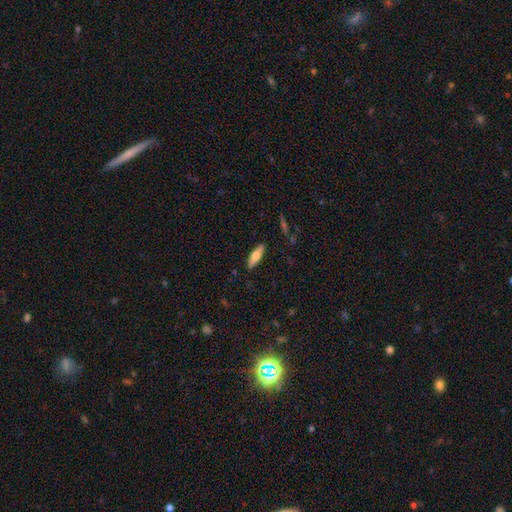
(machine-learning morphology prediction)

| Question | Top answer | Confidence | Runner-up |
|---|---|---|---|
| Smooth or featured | smooth | 61% | featured or disk (33%) |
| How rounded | in between | 50% | cigar-shaped (47%) |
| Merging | none | 88% | minor disturbance (9%) |